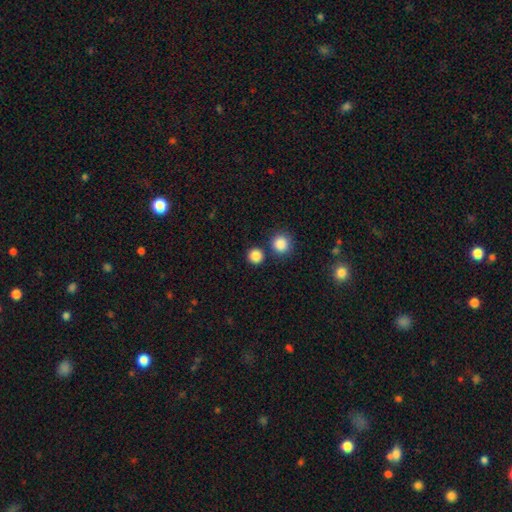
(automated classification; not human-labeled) A smooth galaxy with no disk features (85%) that is round (93%).

Vote fractions:
- Smooth or featured? smooth: 85% / star or artifact: 11% / featured or disk: 3%
- How rounded? round: 93% / in between: 6% / cigar-shaped: 1%
- Merging? none: 81% / merger: 10% / minor disturbance: 6% / major disturbance: 2%